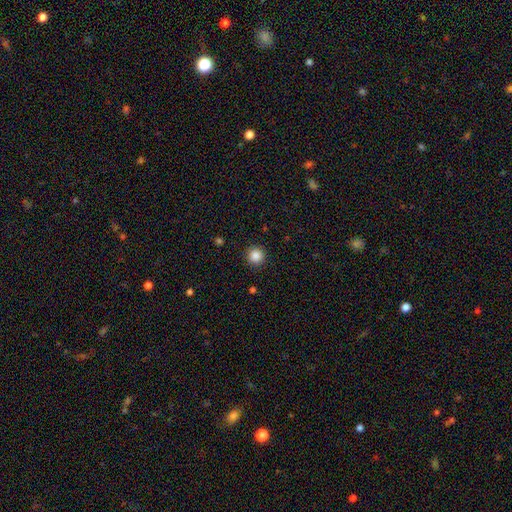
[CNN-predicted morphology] type=smooth (86%); roundness=round (96%); merging=none (92%).